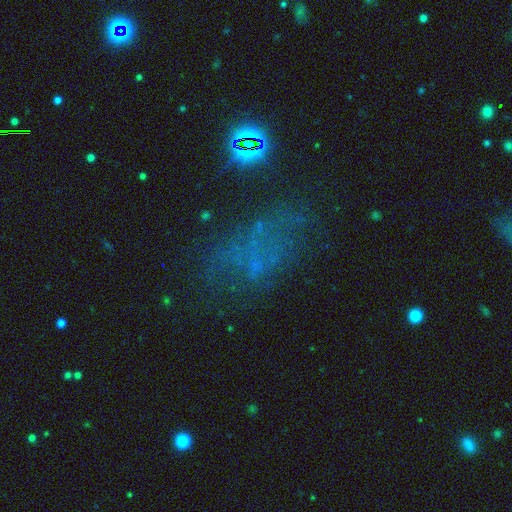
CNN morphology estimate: smooth-or-featured: star or artifact: 37% | smooth: 33% | featured or disk: 31%